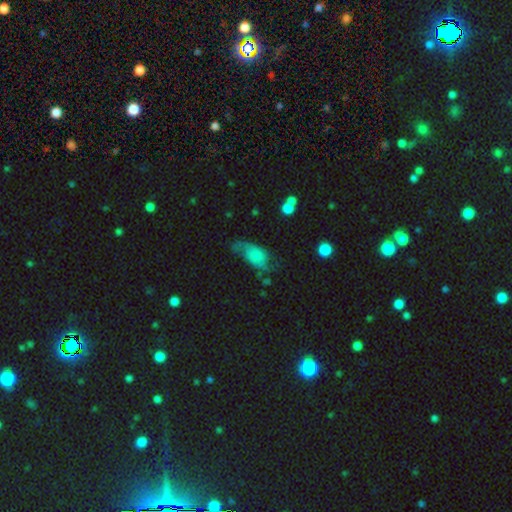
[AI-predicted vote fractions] Smooth or featured? Predicted: featured or disk (p=0.55). Edge-on disk? Predicted: no (p=0.94). Bar? Predicted: no (p=0.73). Spiral arms? Predicted: yes (p=0.86). Bulge size? Predicted: small (p=0.35). Merging? Predicted: none (p=0.47).